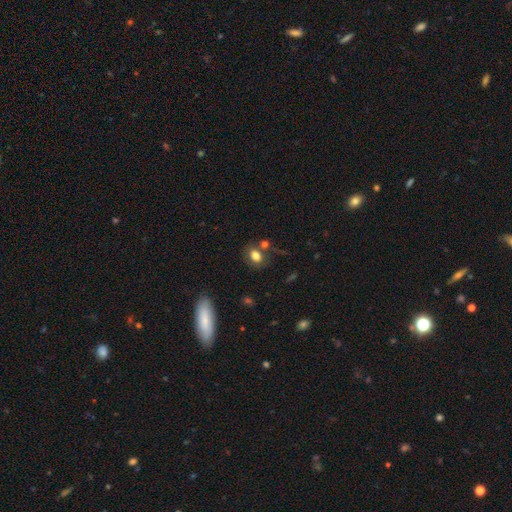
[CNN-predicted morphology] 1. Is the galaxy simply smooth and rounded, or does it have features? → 79% smooth, 11% featured or disk, 10% star or artifact.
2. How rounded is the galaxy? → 63% in between, 35% round, 2% cigar-shaped.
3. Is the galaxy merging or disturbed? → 63% none, 17% merger, 15% minor disturbance, 5% major disturbance.